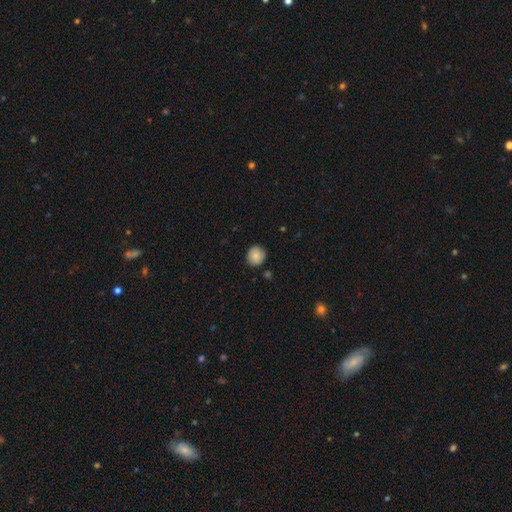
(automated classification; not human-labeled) Morphology: type=smooth (83%); roundness=round (90%); merging=none (86%).